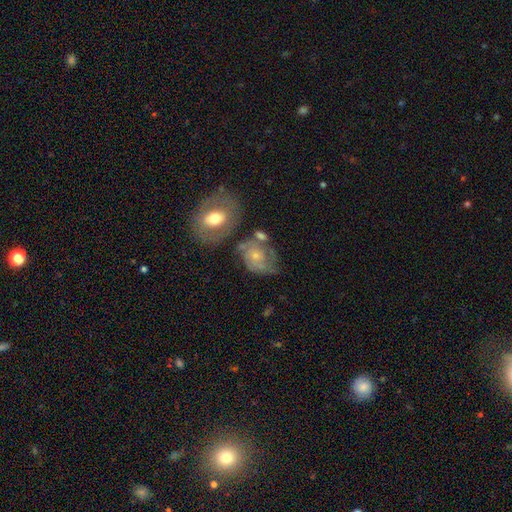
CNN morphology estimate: Smooth or featured: featured or disk — 60% (smooth — 32%)
Edge-on disk: no — 97% (yes — 3%)
Bar: no — 78% (weak — 19%)
Spiral arms: yes — 74% (no — 26%)
Bulge size: small — 61% (moderate — 31%)
Merging: none — 44% (minor disturbance — 25%)